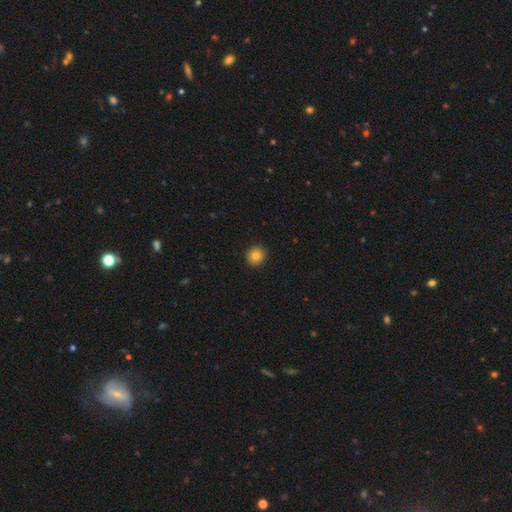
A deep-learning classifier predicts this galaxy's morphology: Overall: smooth (82%). How rounded: round (89%). Merging: none (91%).